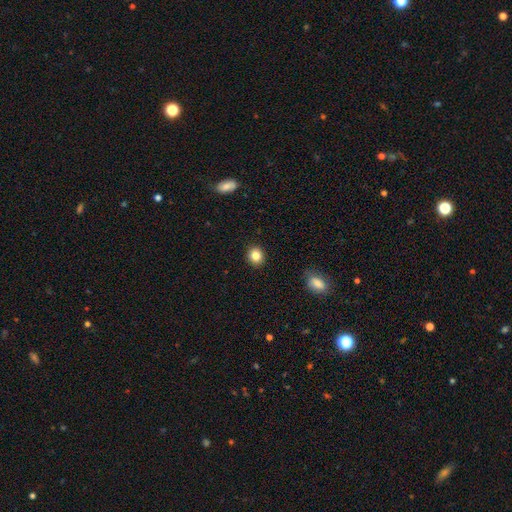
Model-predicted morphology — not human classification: type=smooth (84%); roundness=round (77%); merging=none (91%).